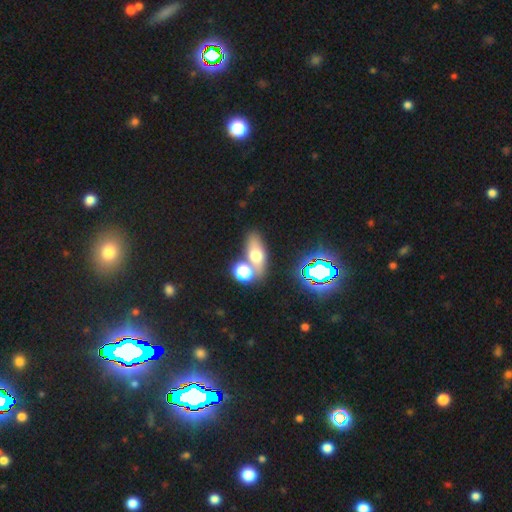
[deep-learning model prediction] Morphology: type=smooth (56%); roundness=in between (68%); merging=none (53%).